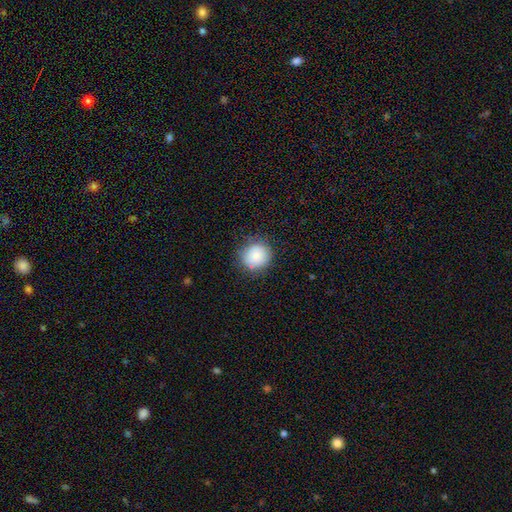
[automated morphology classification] Smooth or featured? Predicted: smooth (p=0.86). How rounded? Predicted: round (p=0.89). Merging? Predicted: none (p=0.82).